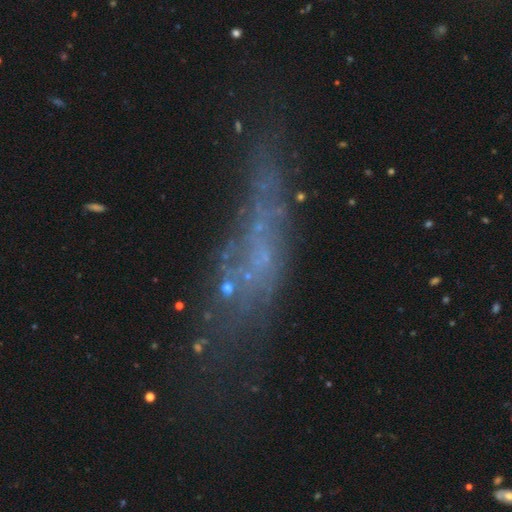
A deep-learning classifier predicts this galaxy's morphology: This is marginally a featured or disk galaxy (40%). Merging: marginally none (43%).